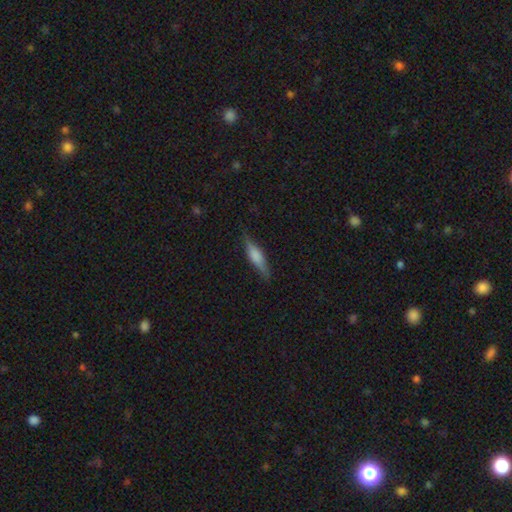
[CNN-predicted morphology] Q: Smooth or featured?
A: smooth (59%); runner-up: featured or disk (35%)
Q: How rounded?
A: cigar-shaped (68%); runner-up: in between (29%)
Q: Merging?
A: none (81%); runner-up: minor disturbance (15%)